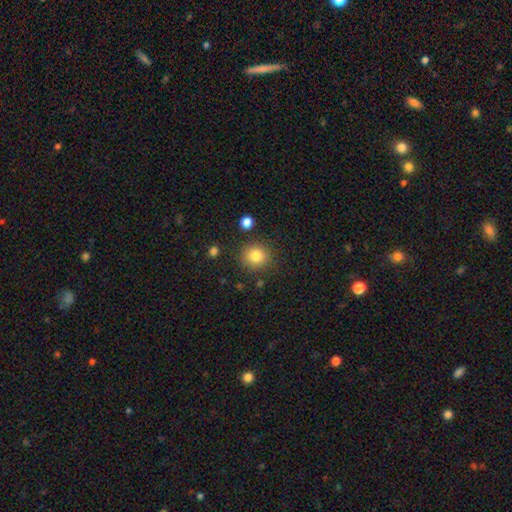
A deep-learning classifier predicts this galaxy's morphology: Smooth or featured?
  - smooth: 83% *
  - star or artifact: 11%
  - featured or disk: 7%
How rounded?
  - round: 90% *
  - in between: 9%
  - cigar-shaped: 1%
Merging?
  - none: 86% *
  - minor disturbance: 8%
  - merger: 3%
  - major disturbance: 3%